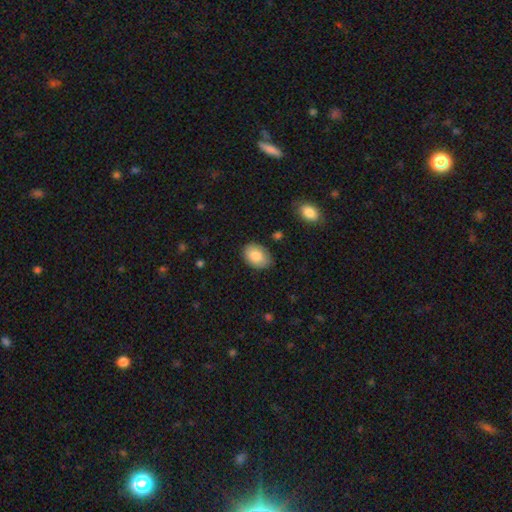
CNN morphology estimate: This appears to be a smooth galaxy with no disk features (86%) that is in between round and cigar-shaped (82%). Merging: none (81%).